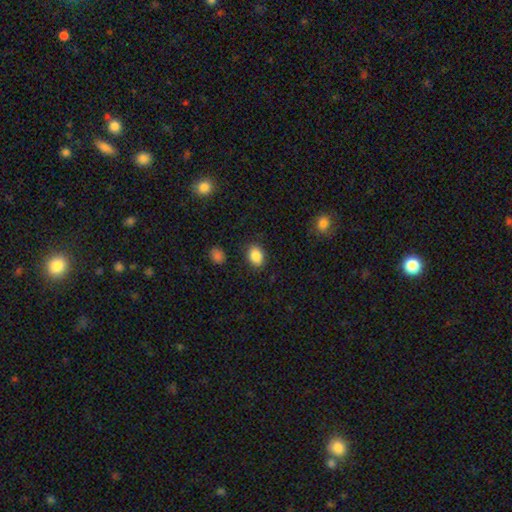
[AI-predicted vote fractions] Smooth or featured? Predicted: smooth (p=0.87). How rounded? Predicted: in between (p=0.71). Merging? Predicted: none (p=0.86).